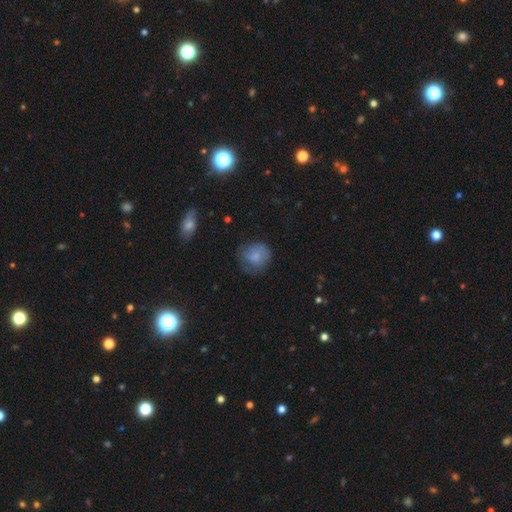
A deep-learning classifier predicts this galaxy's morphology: Smooth or featured? Predicted: smooth (p=0.71). How rounded? Predicted: round (p=0.78). Merging? Predicted: none (p=0.57).